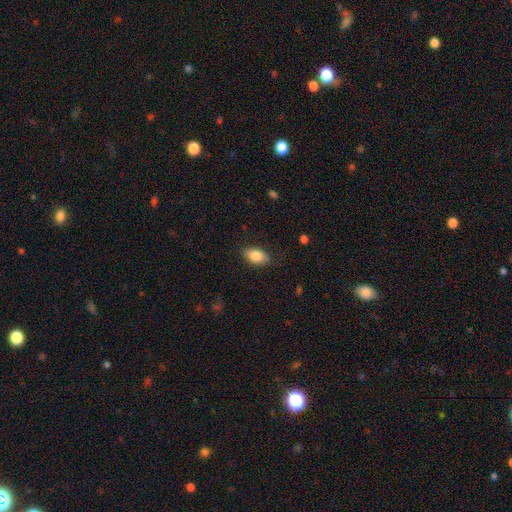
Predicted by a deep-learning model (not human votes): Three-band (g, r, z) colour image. It shows a smooth galaxy with no disk features (85%) that is in between round and cigar-shaped (91%). Merging: none (84%).